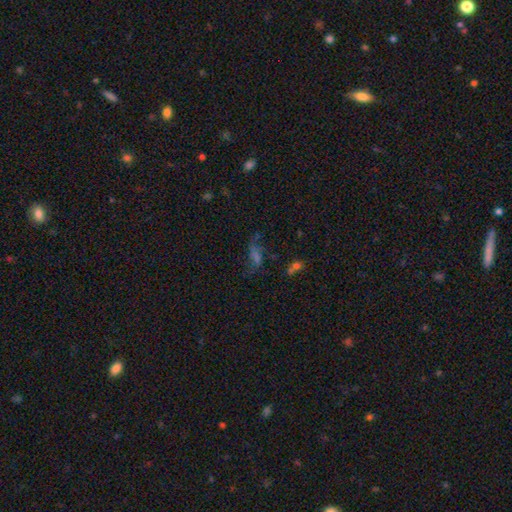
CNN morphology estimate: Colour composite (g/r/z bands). It shows a featured or disk galaxy (37%). Merging: none (50%).